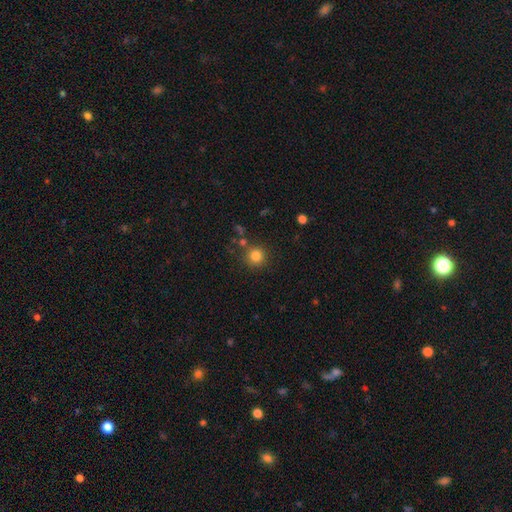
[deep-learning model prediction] Overall: smooth (83%). How rounded: round (93%). Merging: none (82%).